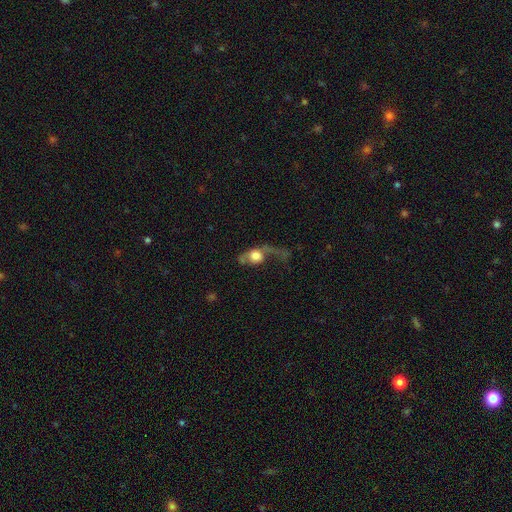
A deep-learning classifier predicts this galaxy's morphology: Smooth or featured? Predicted: smooth (p=0.56). How rounded? Predicted: round (p=0.52). Merging? Predicted: major disturbance (p=0.55).